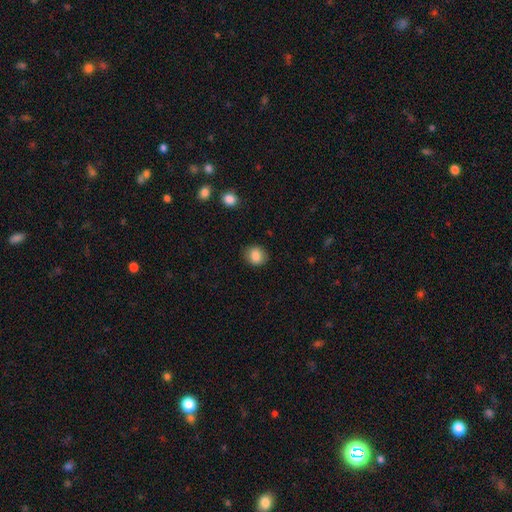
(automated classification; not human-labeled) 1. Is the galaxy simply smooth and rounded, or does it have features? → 86% smooth, 9% star or artifact, 5% featured or disk.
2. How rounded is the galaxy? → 73% round, 26% in between, 1% cigar-shaped.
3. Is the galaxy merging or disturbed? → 86% none, 10% minor disturbance, 3% major disturbance, 1% merger.